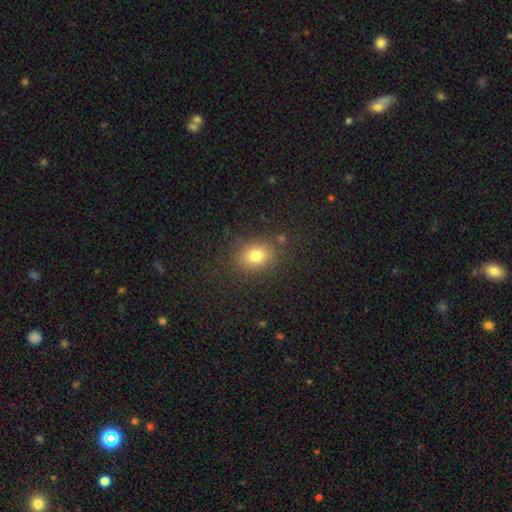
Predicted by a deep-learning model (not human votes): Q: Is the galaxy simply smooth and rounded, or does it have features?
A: smooth — 80%.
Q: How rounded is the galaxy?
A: in between — 58%.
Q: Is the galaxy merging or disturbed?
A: none — 82%.